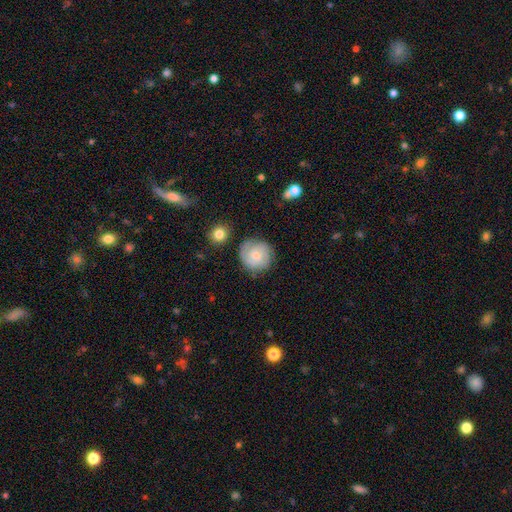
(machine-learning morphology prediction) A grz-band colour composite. It shows a featured or disk galaxy (61%) with no bar (71%), 2 (39%) tight (61%) spiral arms (92%) and a small central bulge (57%). Merging: none (80%).